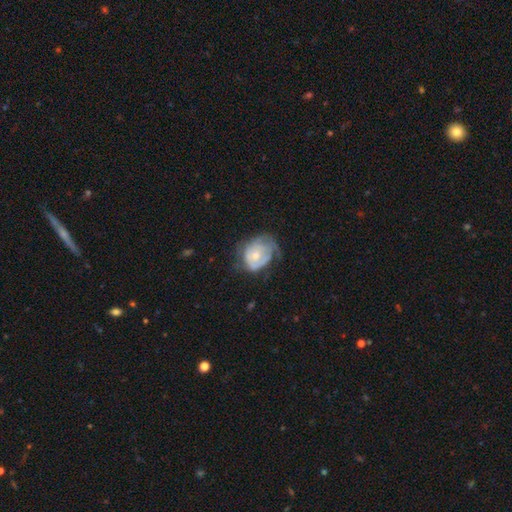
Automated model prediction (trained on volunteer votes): Overall: featured or disk (62%; smooth 32%). Edge-on disk: no (97%). Bar: no (78%). Spiral arms: yes (67%; no 33%). Bulge size: moderate (51%; small 43%). Merging: none (39%; minor disturbance 32%).